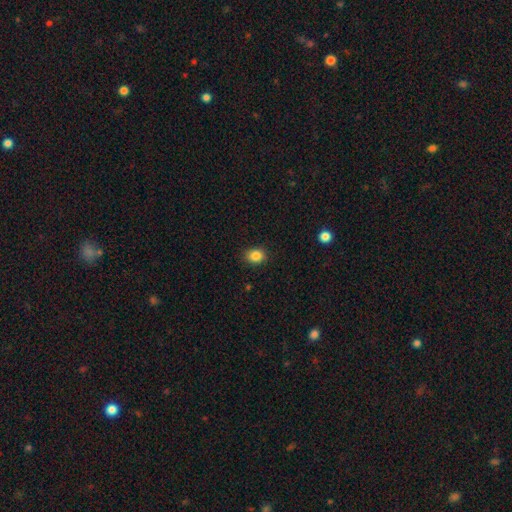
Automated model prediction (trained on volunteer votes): Overall: smooth (86%). How rounded: round (54%; in between 45%). Merging: none (87%).